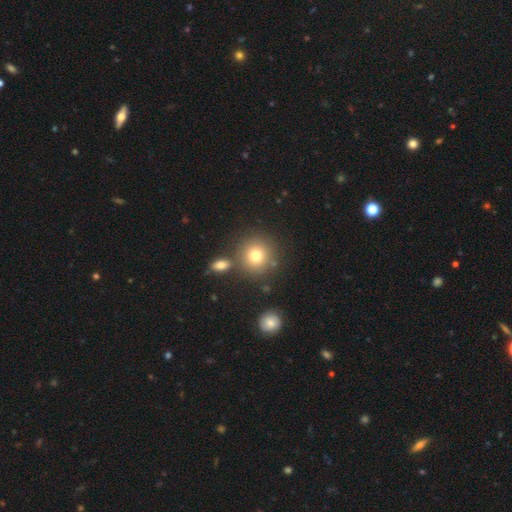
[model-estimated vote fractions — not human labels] Morphology: type=smooth (77%); roundness=round (91%); merging=none (76%).